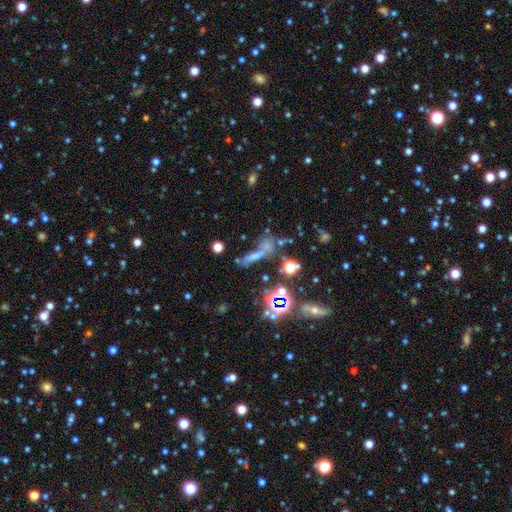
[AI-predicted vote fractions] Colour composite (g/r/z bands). It shows a star or artifact, not a galaxy (40%).